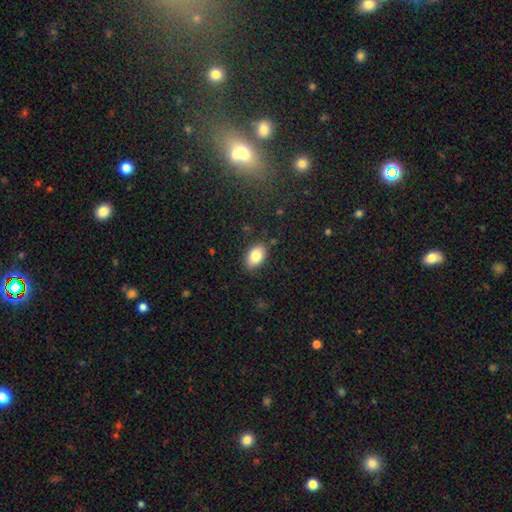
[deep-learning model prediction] The model was most divided on "merging": none: 84%, minor disturbance: 11%, major disturbance: 3%, merger: 1%. More confident: how rounded — in between (87%); smooth or featured — smooth (83%).